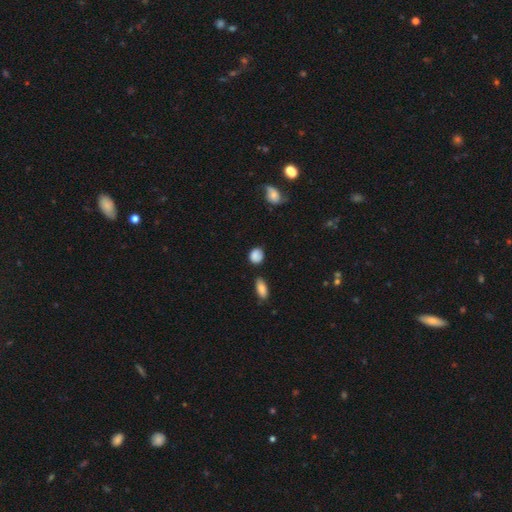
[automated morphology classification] Overall: smooth (85%). How rounded: round (59%; in between 40%). Merging: none (71%).